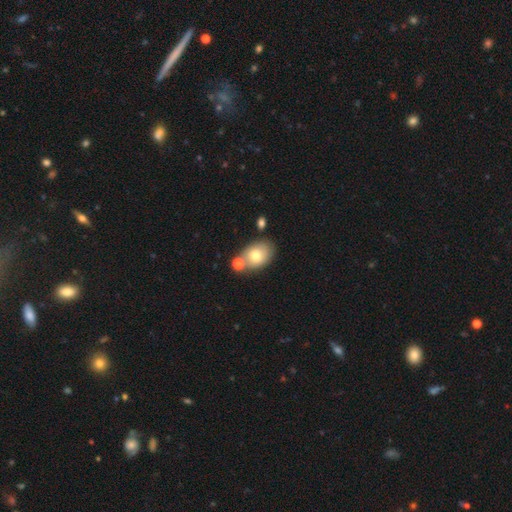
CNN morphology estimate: type=smooth (74%); roundness=in between (79%); merging=none (63%).